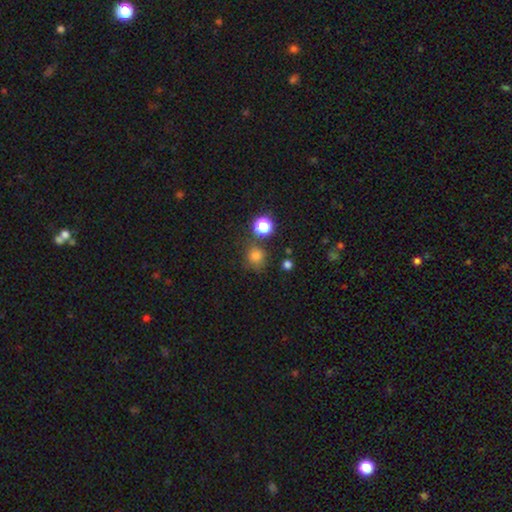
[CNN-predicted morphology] Q: Smooth or featured?
A: smooth (76%); runner-up: star or artifact (18%)
Q: How rounded?
A: round (85%); runner-up: in between (14%)
Q: Merging?
A: none (73%); runner-up: minor disturbance (14%)